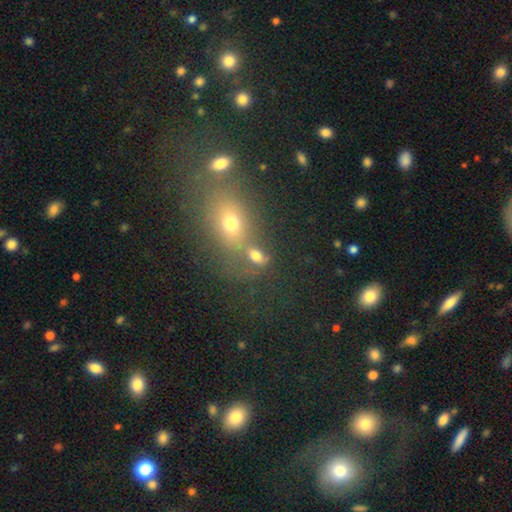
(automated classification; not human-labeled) smooth 64%, star or artifact 21%, featured or disk 14%. Down the decision tree: how rounded — in between (68%); merging — none (45%).